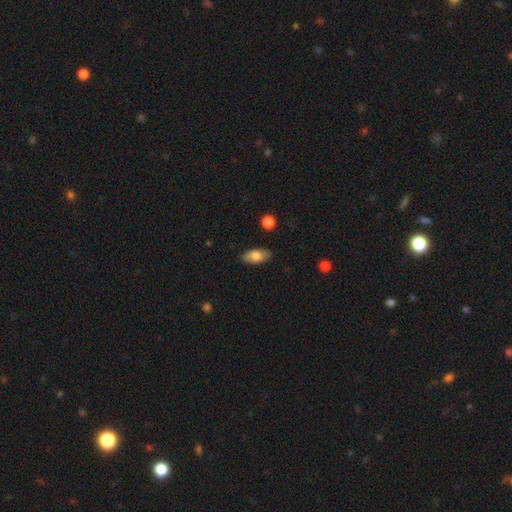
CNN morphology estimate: A smooth galaxy with no disk features (77%) that is in between round and cigar-shaped (88%). Merging: none (85%).